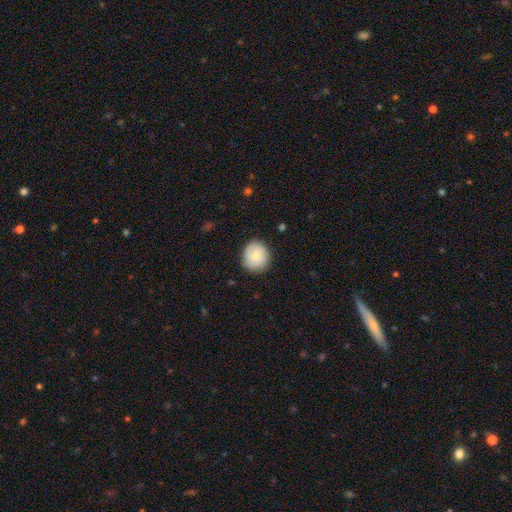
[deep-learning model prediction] smooth-or-featured: smooth: 77% | featured or disk: 17% | star or artifact: 7%
  how-rounded: round: 86% | in between: 13% | cigar-shaped: 1%
  merging: none: 85% | minor disturbance: 11% | major disturbance: 2% | merger: 1%